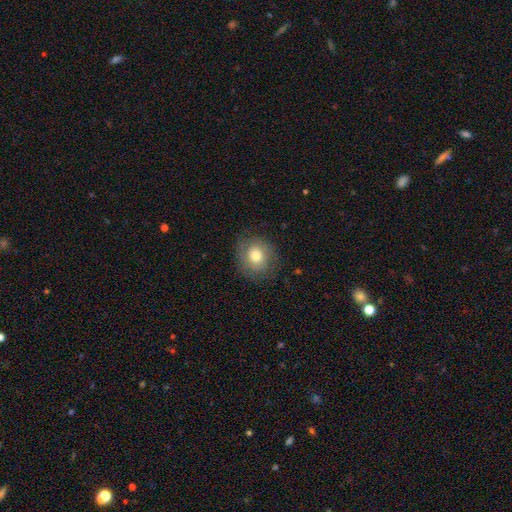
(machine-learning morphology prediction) smooth_or_featured: smooth (p=0.64) [alt: featured or disk p=0.27]
how_rounded: round (p=0.77) [alt: in between p=0.22]
merging: none (p=0.79) [alt: minor disturbance p=0.14]